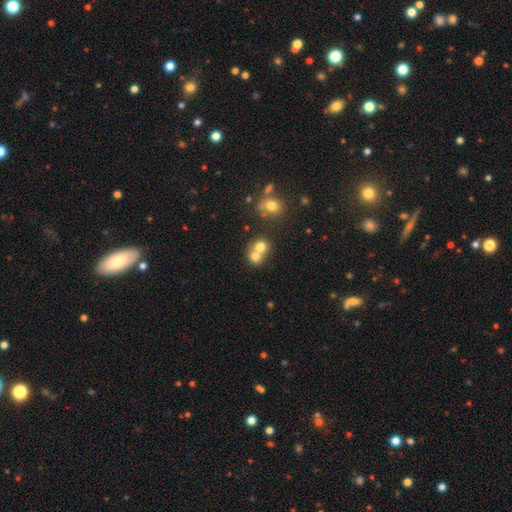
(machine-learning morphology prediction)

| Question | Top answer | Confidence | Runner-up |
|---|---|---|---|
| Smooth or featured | smooth | 72% | featured or disk (16%) |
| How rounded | round | 77% | in between (22%) |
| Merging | merger | 61% | none (31%) |